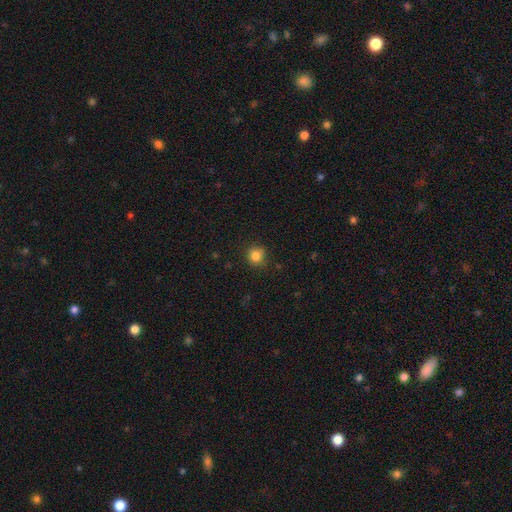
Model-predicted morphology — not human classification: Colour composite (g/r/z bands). It shows a smooth galaxy with no disk features (84%) that is round (89%). Merging: none (85%).